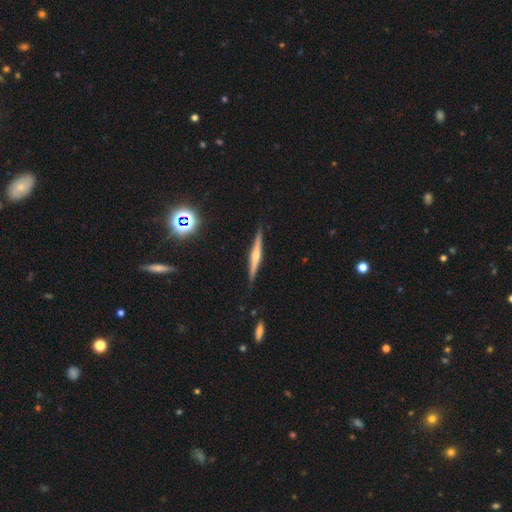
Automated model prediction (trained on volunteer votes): Smooth or featured? featured or disk (65%)
Edge-on disk? yes (98%)
Edge-on bulge? rounded (73%)
Merging? none (89%)